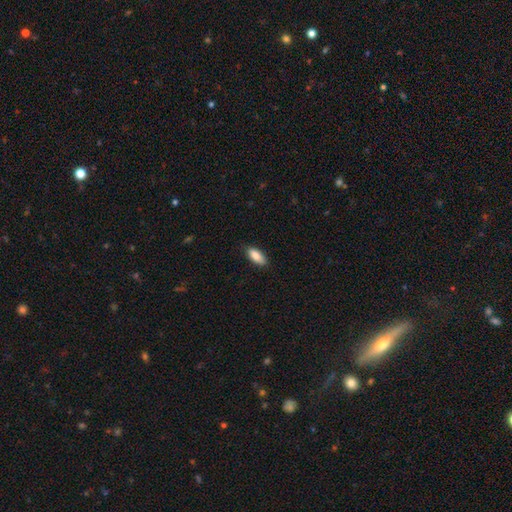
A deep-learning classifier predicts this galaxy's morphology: This appears to be a smooth galaxy with no disk features (86%) that is in between round and cigar-shaped (86%). Merging: none (85%).